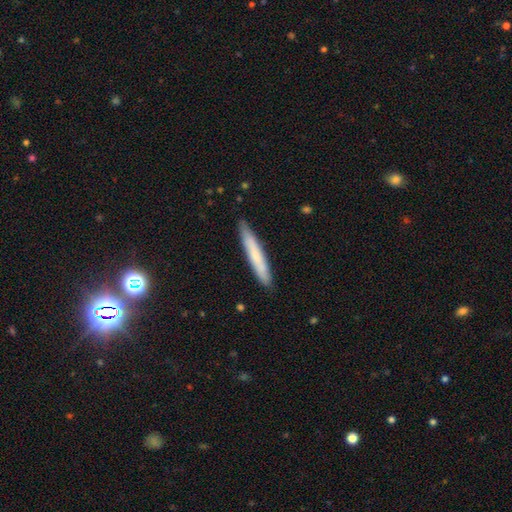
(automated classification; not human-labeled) smooth_or_featured: smooth (p=0.70) [alt: featured or disk p=0.24]
how_rounded: cigar-shaped (p=0.95) [alt: in between p=0.04]
merging: none (p=0.89) [alt: minor disturbance p=0.09]